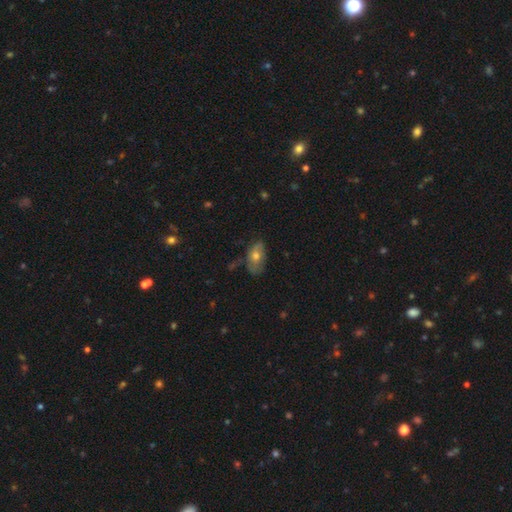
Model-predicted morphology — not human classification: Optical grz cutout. It shows a smooth galaxy with no disk features (58%) that is in between round and cigar-shaped (88%). Merging: none (57%).